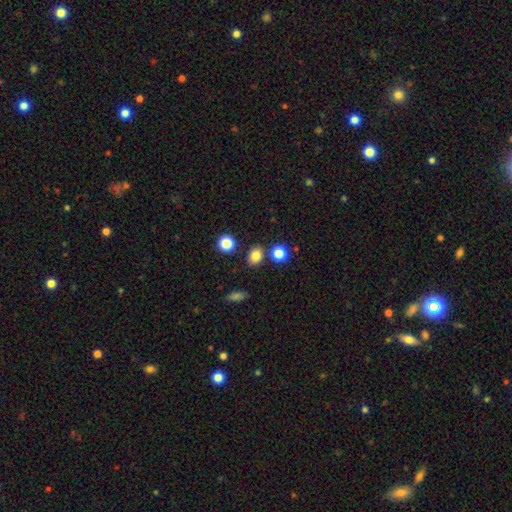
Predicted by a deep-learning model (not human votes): Morphology: type=smooth (80%); roundness=round (54%); merging=none (80%).